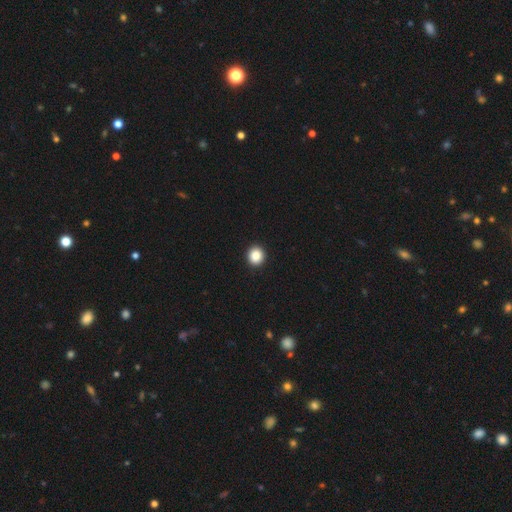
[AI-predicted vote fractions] smooth_or_featured: smooth (p=0.87) [alt: star or artifact p=0.09]
how_rounded: round (p=0.87) [alt: in between p=0.12]
merging: none (p=0.94) [alt: minor disturbance p=0.04]